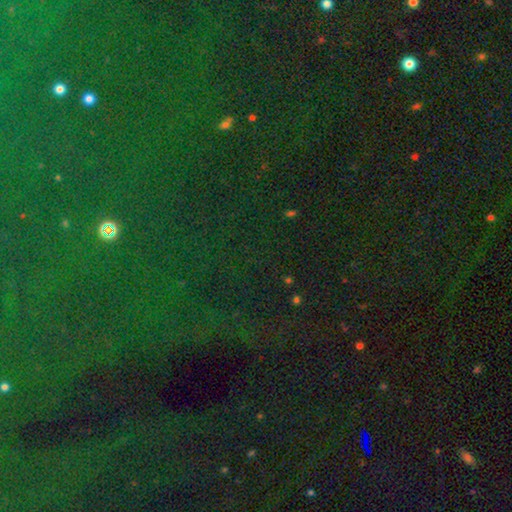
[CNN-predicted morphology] Smooth or featured? Predicted: star or artifact (p=0.81).